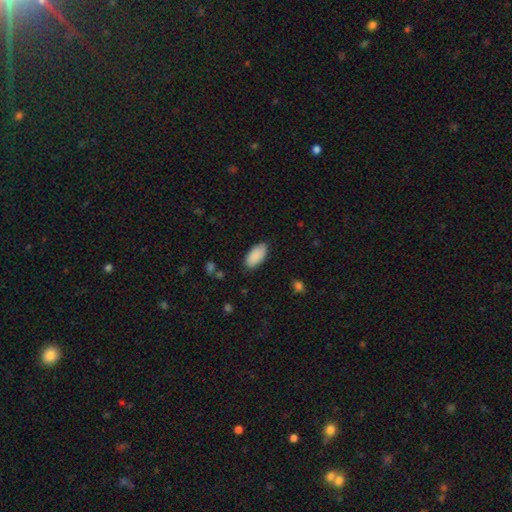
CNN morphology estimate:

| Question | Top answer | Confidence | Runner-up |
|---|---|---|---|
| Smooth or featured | smooth | 90% | star or artifact (6%) |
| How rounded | in between | 94% | cigar-shaped (4%) |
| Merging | none | 85% | minor disturbance (11%) |